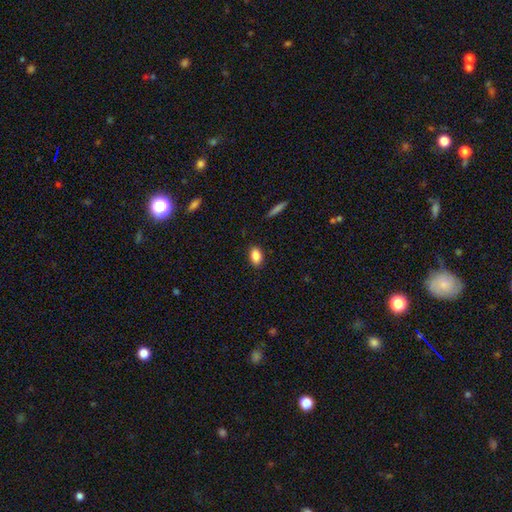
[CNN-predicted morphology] smooth_or_featured: smooth (p=0.86) [alt: star or artifact p=0.08]
how_rounded: in between (p=0.89) [alt: round p=0.08]
merging: none (p=0.88) [alt: minor disturbance p=0.09]